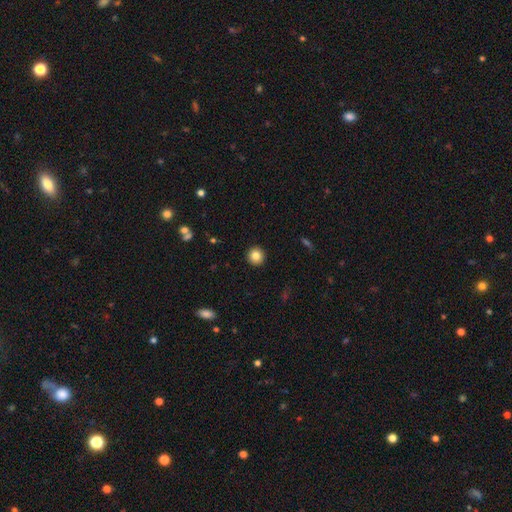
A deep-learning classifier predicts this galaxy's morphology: This is clearly a smooth galaxy (83%). How rounded: clearly round (94%). Merging: clearly none (93%).